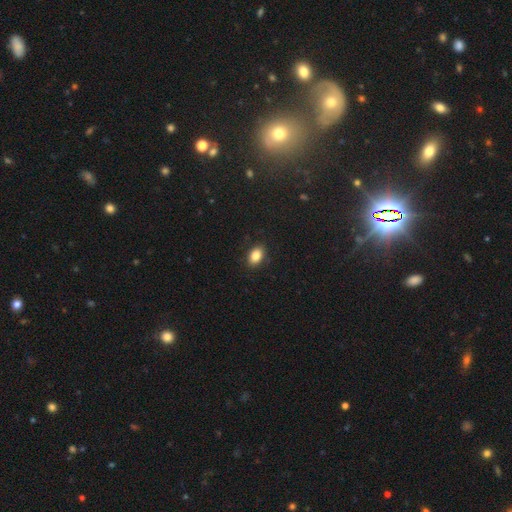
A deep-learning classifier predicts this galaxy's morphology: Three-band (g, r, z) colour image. It shows a smooth galaxy with no disk features (85%) that is in between round and cigar-shaped (85%). Merging: none (89%).